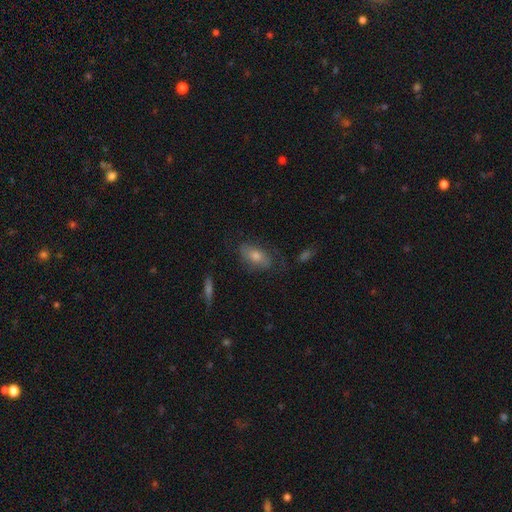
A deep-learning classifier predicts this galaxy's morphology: Overall: smooth (53%; featured or disk 33%). How rounded: in between (82%). Merging: none (68%).